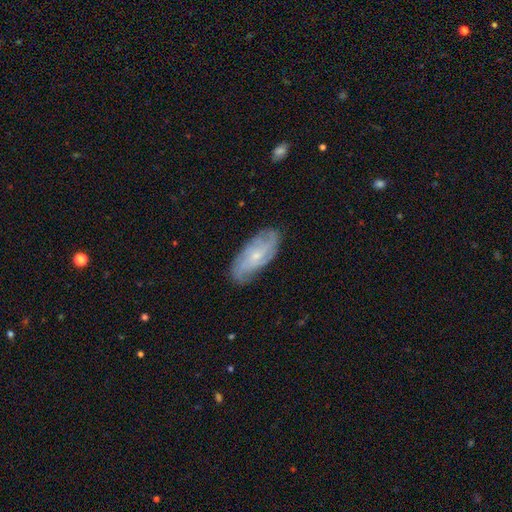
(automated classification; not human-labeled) Smooth or featured: featured or disk — 73% (smooth — 20%)
Edge-on disk: no — 92% (yes — 8%)
Bar: no — 66% (weak — 29%)
Spiral arms: yes — 93% (no — 7%)
Spiral winding: tight — 47% (medium — 38%)
Spiral arm count: can't tell — 35% (3 — 20%)
Bulge size: small — 74% (moderate — 21%)
Merging: none — 79% (minor disturbance — 16%)